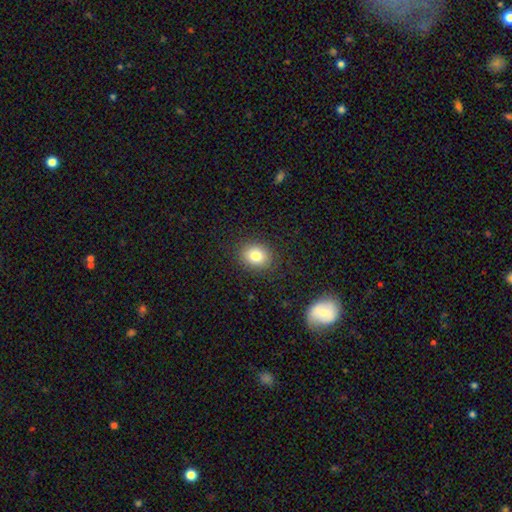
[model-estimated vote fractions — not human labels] This appears to be a smooth galaxy with no disk features (80%) that is round (59%). Merging: none (88%).